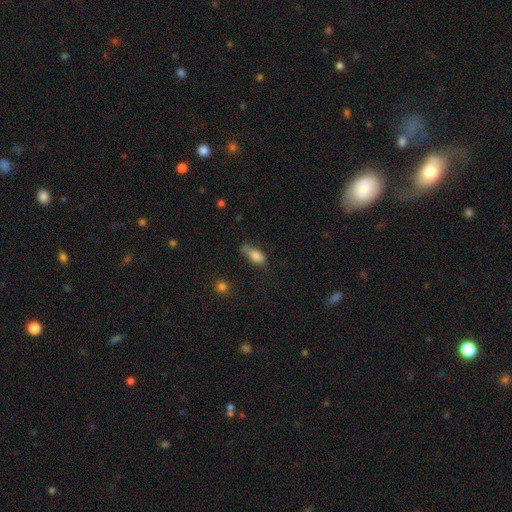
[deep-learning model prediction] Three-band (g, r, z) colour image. It shows a smooth galaxy with no disk features (79%) that is in between round and cigar-shaped (77%). Merging: none (41%).